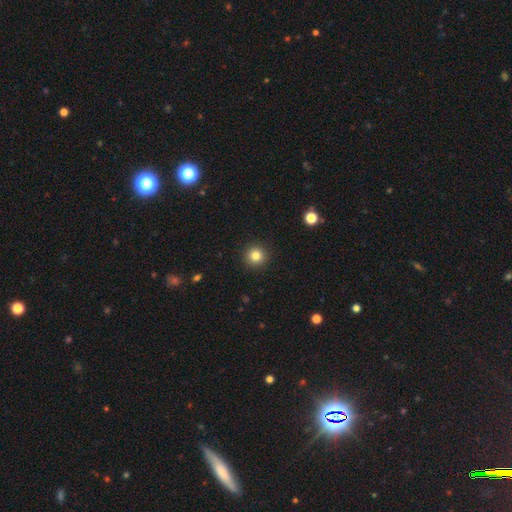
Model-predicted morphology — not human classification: smooth-or-featured: smooth: 83% | star or artifact: 12% | featured or disk: 5%
  how-rounded: round: 95% | in between: 4% | cigar-shaped: 1%
  merging: none: 93% | minor disturbance: 5% | major disturbance: 2% | merger: 1%